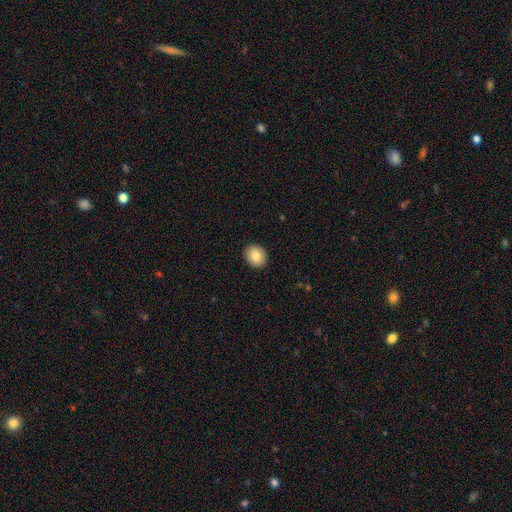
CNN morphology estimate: type=smooth (85%); roundness=round (54%); merging=none (91%).